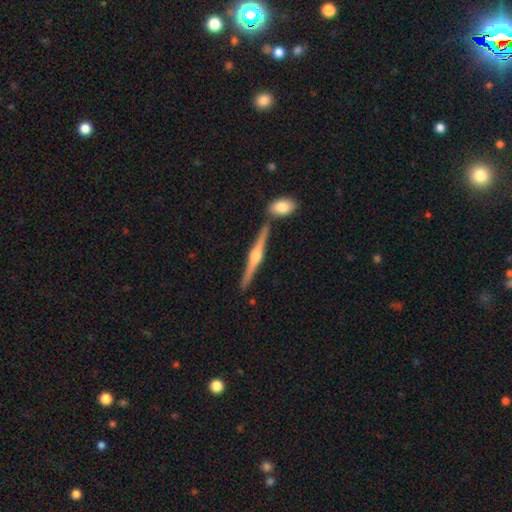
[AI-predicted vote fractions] Smooth or featured?
  - featured or disk: 81% *
  - smooth: 14%
  - star or artifact: 5%
Edge-on disk?
  - yes: 98% *
  - no: 2%
Edge-on bulge?
  - rounded: 94% *
  - boxy: 4%
  - none: 3%
Merging?
  - none: 82% *
  - merger: 9%
  - minor disturbance: 8%
  - major disturbance: 2%